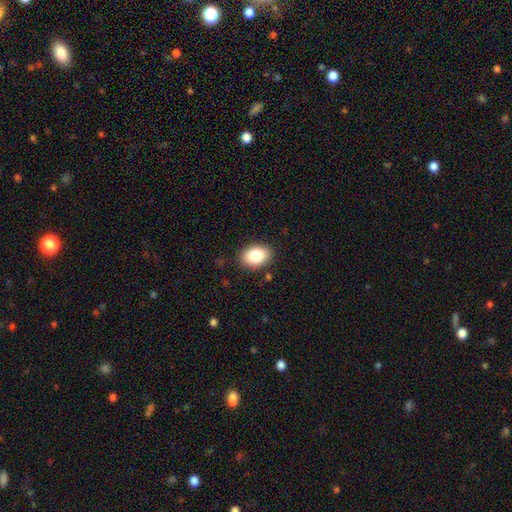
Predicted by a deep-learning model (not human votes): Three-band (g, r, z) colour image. It shows a smooth galaxy with no disk features (85%) that is in between round and cigar-shaped (84%). Merging: none (87%).